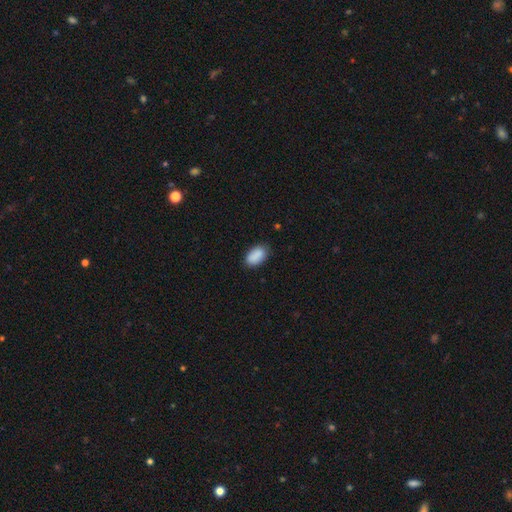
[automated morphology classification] This appears to be a smooth galaxy with no disk features (89%) that is in between round and cigar-shaped (93%). Merging: none (81%).